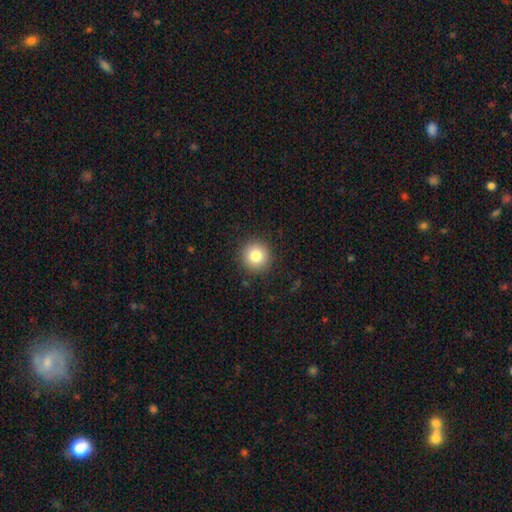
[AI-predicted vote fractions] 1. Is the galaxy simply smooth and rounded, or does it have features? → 82% smooth, 10% star or artifact, 7% featured or disk.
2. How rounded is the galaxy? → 94% round, 5% in between, 1% cigar-shaped.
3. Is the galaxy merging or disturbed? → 91% none, 6% minor disturbance, 2% major disturbance, 1% merger.